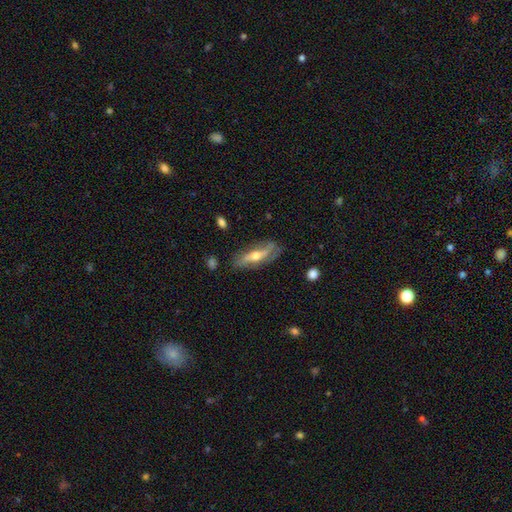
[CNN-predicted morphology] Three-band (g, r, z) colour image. It shows a featured or disk galaxy (63%). Merging: none (69%).